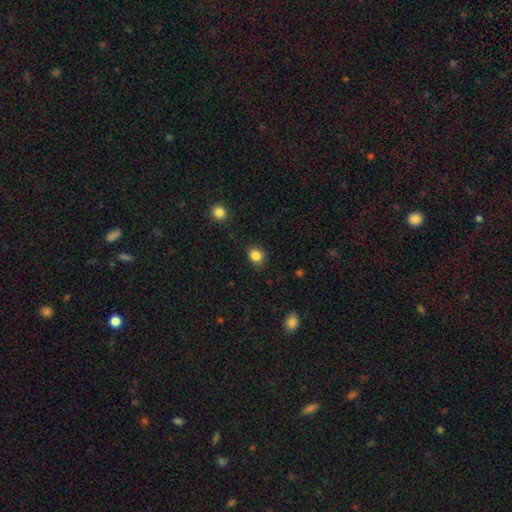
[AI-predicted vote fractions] Q: Smooth or featured?
A: smooth (84%); runner-up: star or artifact (11%)
Q: How rounded?
A: round (68%); runner-up: in between (31%)
Q: Merging?
A: none (83%); runner-up: minor disturbance (13%)